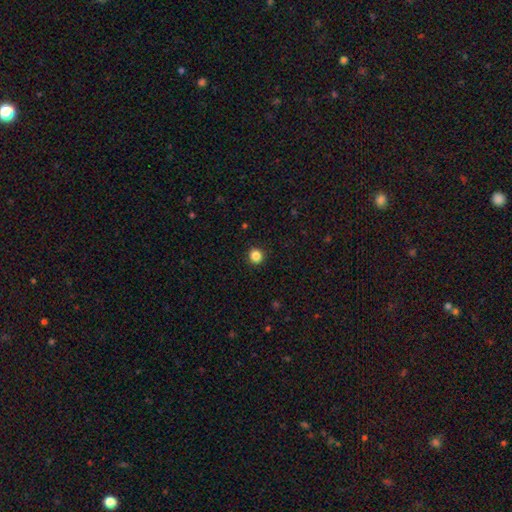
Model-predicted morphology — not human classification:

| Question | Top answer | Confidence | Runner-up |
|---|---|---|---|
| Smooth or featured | smooth | 85% | star or artifact (11%) |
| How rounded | round | 93% | in between (6%) |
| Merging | none | 93% | minor disturbance (5%) |